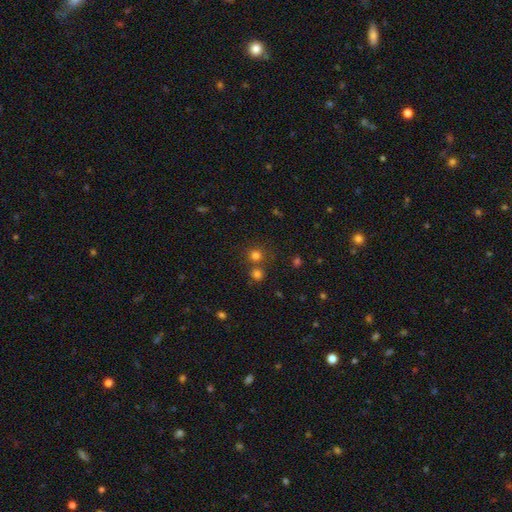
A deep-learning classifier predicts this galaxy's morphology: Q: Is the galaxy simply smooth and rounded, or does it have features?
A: smooth — 74%.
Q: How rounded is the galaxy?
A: round — 91%.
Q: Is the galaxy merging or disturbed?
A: none — 68%.